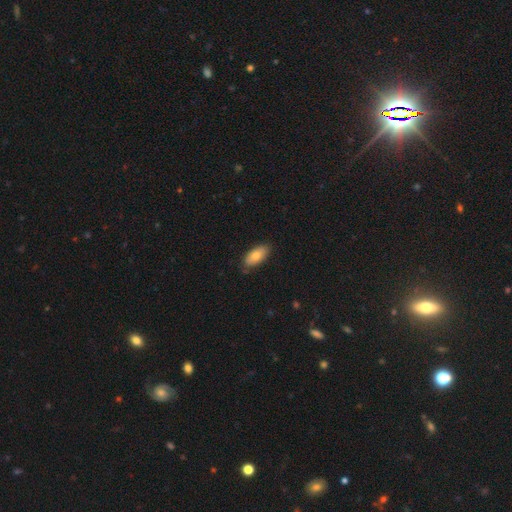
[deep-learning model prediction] A smooth galaxy with no disk features (77%) that is in between round and cigar-shaped (88%).

Vote fractions:
- Smooth or featured? smooth: 77% / featured or disk: 16% / star or artifact: 7%
- How rounded? in between: 88% / cigar-shaped: 9% / round: 2%
- Merging? none: 83% / minor disturbance: 13% / major disturbance: 2% / merger: 1%